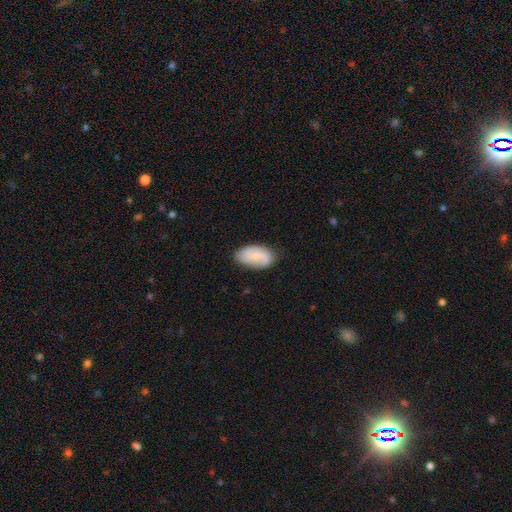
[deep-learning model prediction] This appears to be a smooth galaxy with no disk features (50%). Merging: none (76%).